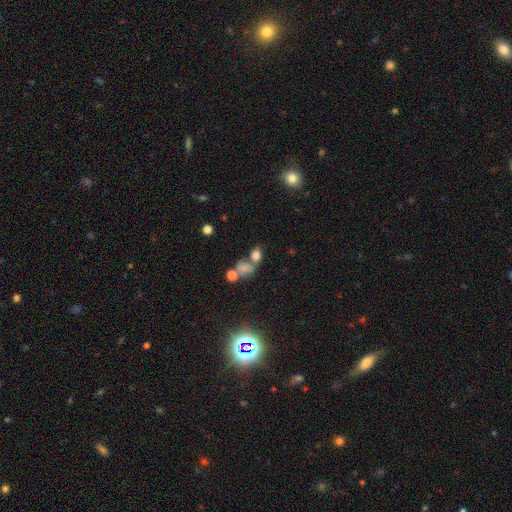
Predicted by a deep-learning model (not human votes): A smooth galaxy with no disk features (72%) that is in between round and cigar-shaped (68%). Merging: merger (44%).